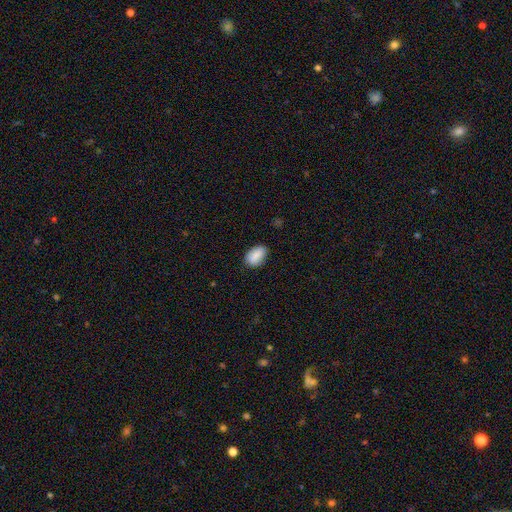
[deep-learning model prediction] Morphology: type=smooth (87%); roundness=in between (90%); merging=none (81%).